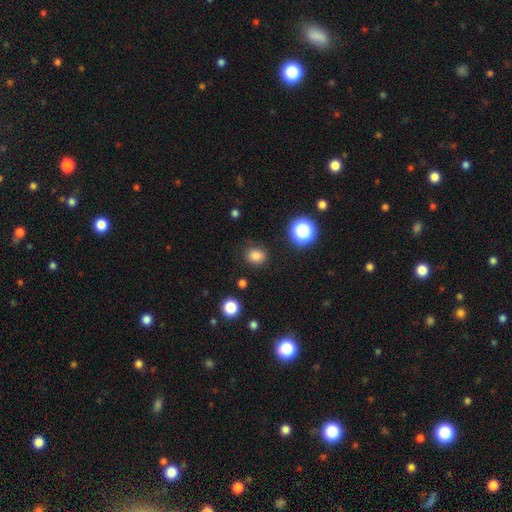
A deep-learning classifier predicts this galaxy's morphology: type=smooth (81%); roundness=round (66%); merging=none (84%).